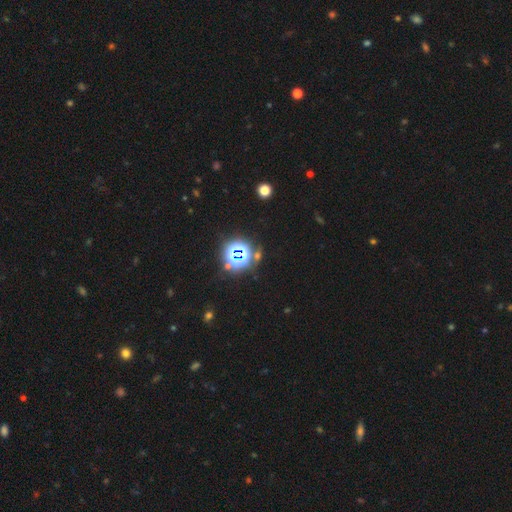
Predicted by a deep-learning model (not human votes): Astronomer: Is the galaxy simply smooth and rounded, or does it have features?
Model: star or artifact — 77%.